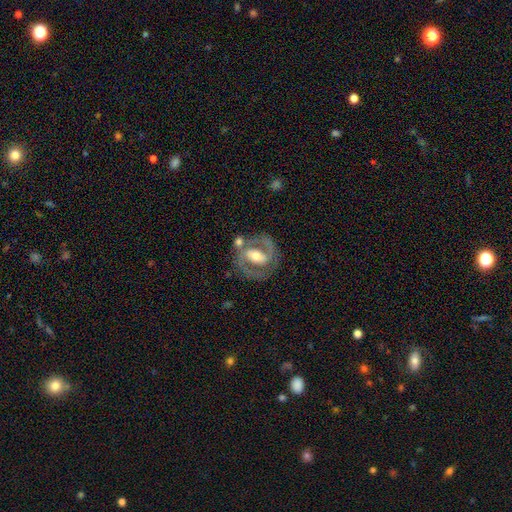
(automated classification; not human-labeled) featured or disk 84%, smooth 10%, star or artifact 6%. Down the decision tree: edge-on disk — no (96%); bar — strong (44%); spiral arms — yes (90%); spiral arm count — 2 (88%); spiral winding — medium (49%); bulge size — moderate (67%); merging — none (77%).